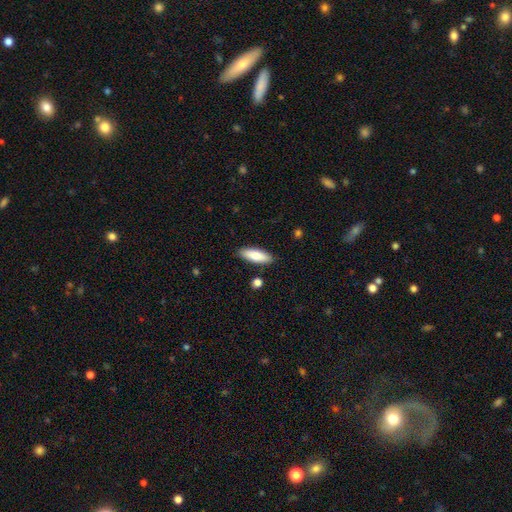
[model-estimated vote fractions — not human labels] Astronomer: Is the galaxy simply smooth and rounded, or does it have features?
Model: smooth — 77%.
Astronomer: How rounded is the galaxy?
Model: in between — 55% (runner-up: cigar-shaped, 43%).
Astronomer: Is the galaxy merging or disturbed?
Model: none — 87%.